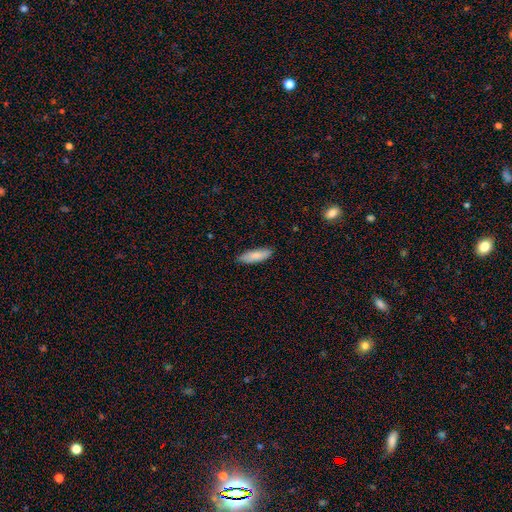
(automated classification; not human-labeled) Morphology: type=smooth (83%); roundness=in between (51%); merging=none (85%).